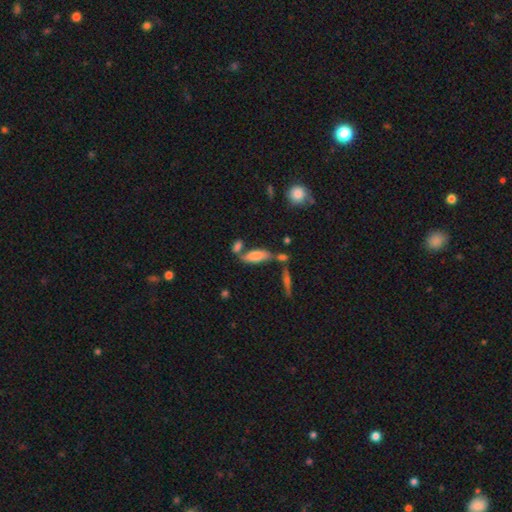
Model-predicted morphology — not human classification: The model was most divided on "merging": none: 55%, merger: 23%, minor disturbance: 16%, major disturbance: 6%. More confident: smooth or featured — smooth (70%); how rounded — in between (66%).